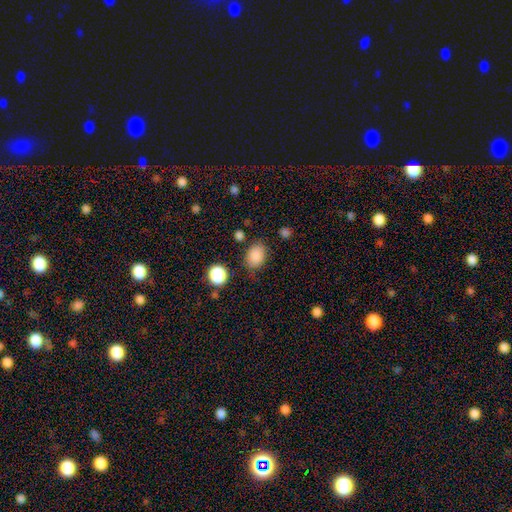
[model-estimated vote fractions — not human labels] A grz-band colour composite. It shows a smooth galaxy with no disk features (85%) that is in between round and cigar-shaped (65%). Merging: none (75%).